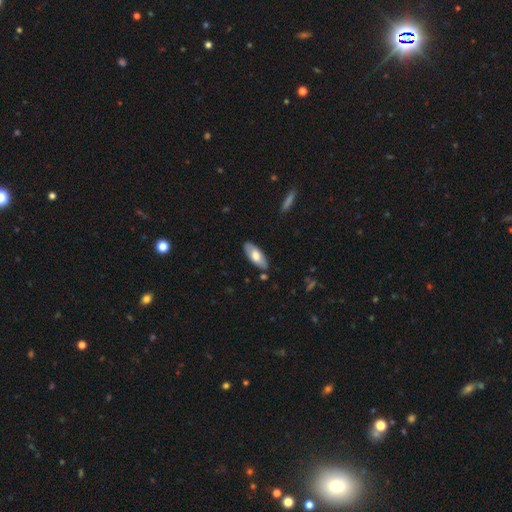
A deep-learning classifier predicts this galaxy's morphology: This appears to be a smooth galaxy with no disk features (64%) that is in between round and cigar-shaped (82%). Merging: none (83%).